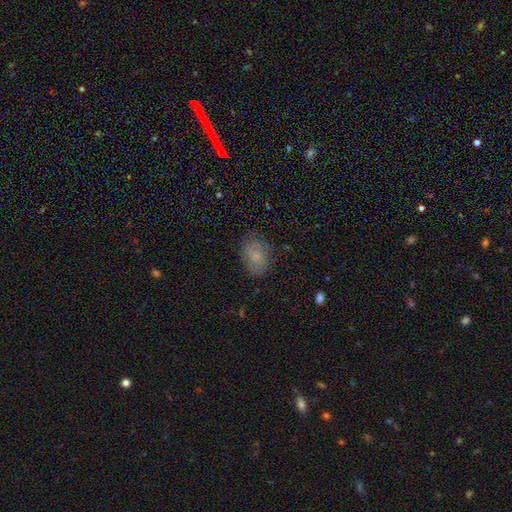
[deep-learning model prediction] This appears to be a smooth galaxy with no disk features (75%) that is in between round and cigar-shaped (74%). Merging: none (72%).